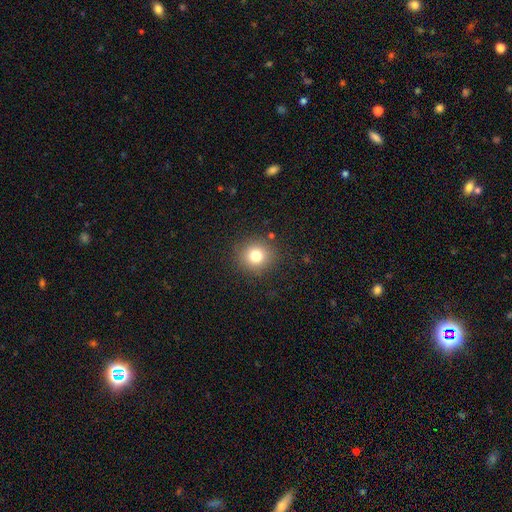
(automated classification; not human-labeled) smooth-or-featured: smooth: 78% | star or artifact: 13% | featured or disk: 9%
  how-rounded: round: 89% | in between: 10% | cigar-shaped: 1%
  merging: none: 88% | minor disturbance: 8% | major disturbance: 3% | merger: 1%